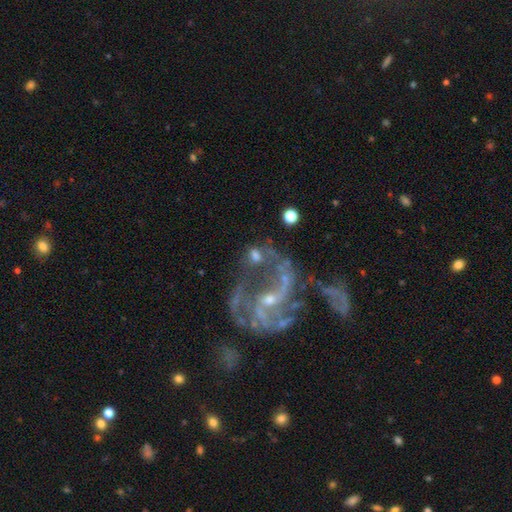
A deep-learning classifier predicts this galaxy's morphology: Smooth or featured?
  - featured or disk: 62% *
  - smooth: 25%
  - star or artifact: 13%
Edge-on disk?
  - no: 97% *
  - yes: 3%
Bar?
  - no: 43% *
  - weak: 38%
  - strong: 19%
Spiral arms?
  - yes: 79% *
  - no: 21%
Bulge size?
  - small: 52% *
  - moderate: 31%
  - none: 9%
  - large: 5%
  - dominant: 2%
Merging?
  - none: 44% *
  - major disturbance: 20%
  - merger: 20%
  - minor disturbance: 16%